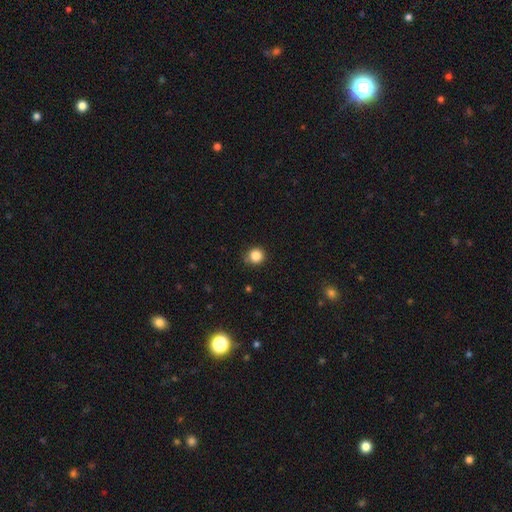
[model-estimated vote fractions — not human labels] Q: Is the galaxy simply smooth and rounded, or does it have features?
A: smooth — 85%.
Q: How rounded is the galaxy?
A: round — 92%.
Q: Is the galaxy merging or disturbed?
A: none — 82%.